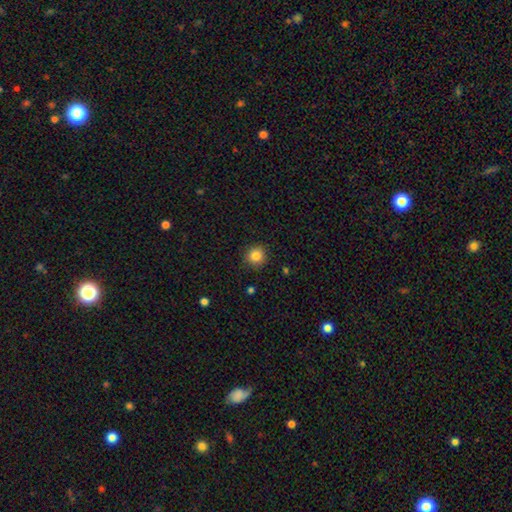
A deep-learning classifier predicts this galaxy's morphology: smooth-or-featured: smooth: 85% | star or artifact: 10% | featured or disk: 5%
  how-rounded: round: 94% | in between: 5% | cigar-shaped: 1%
  merging: none: 90% | minor disturbance: 7% | major disturbance: 2% | merger: 1%